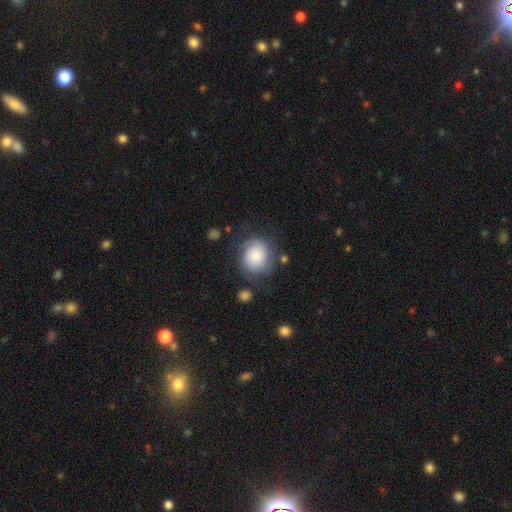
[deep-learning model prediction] Smooth or featured? smooth (66%)
How rounded? round (70%)
Merging? none (62%)